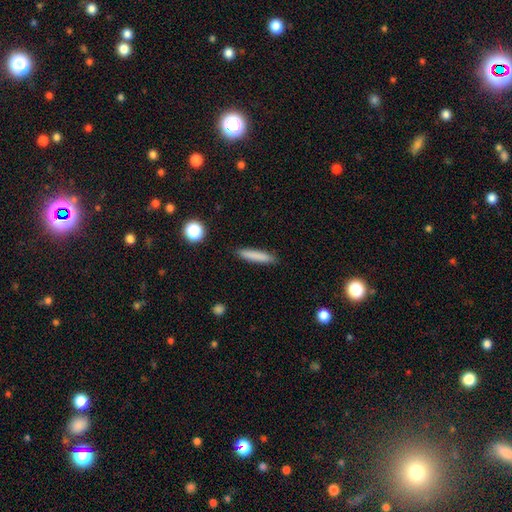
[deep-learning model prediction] A smooth galaxy with no disk features (83%) that is cigar-shaped (89%). Merging: none (89%).